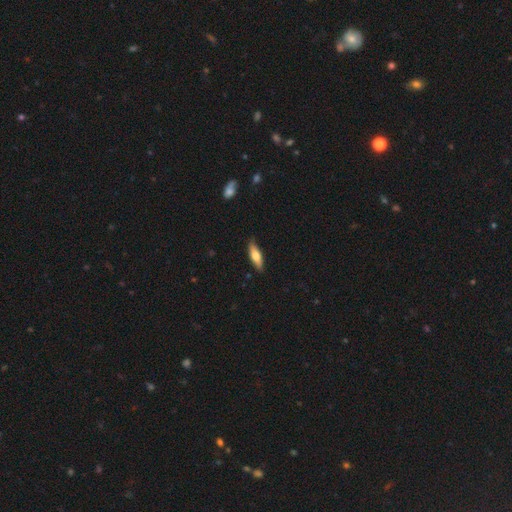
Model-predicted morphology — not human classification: A smooth galaxy with no disk features (65%) that is cigar-shaped (54%).

Vote fractions:
- Smooth or featured? smooth: 65% / featured or disk: 30% / star or artifact: 6%
- How rounded? cigar-shaped: 54% / in between: 44% / round: 2%
- Merging? none: 86% / minor disturbance: 11% / major disturbance: 2% / merger: 1%